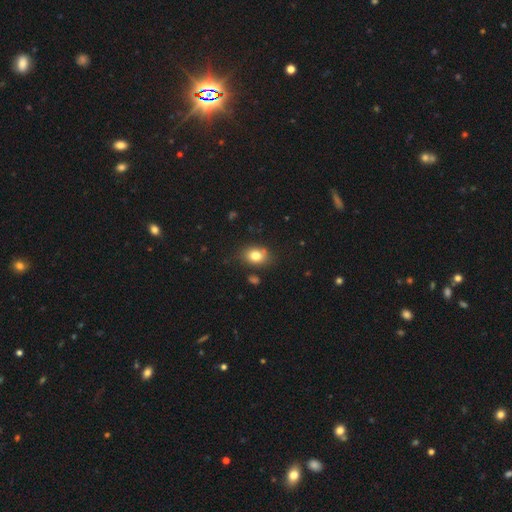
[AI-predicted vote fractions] smooth_or_featured: smooth (p=0.81) [alt: star or artifact p=0.10]
how_rounded: in between (p=0.63) [alt: round p=0.35]
merging: none (p=0.77) [alt: minor disturbance p=0.16]